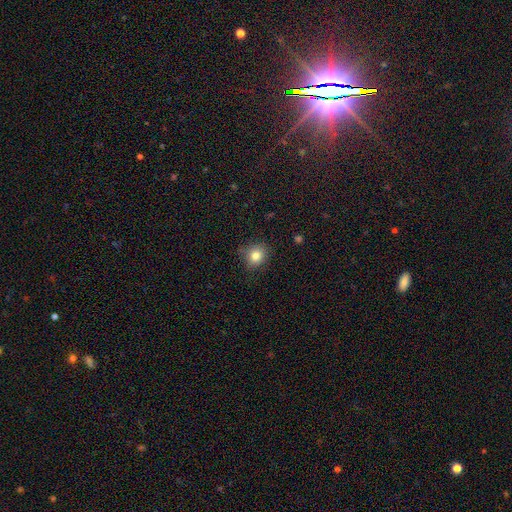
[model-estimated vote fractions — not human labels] This appears to be a smooth galaxy with no disk features (83%) that is round (74%). Merging: none (81%).